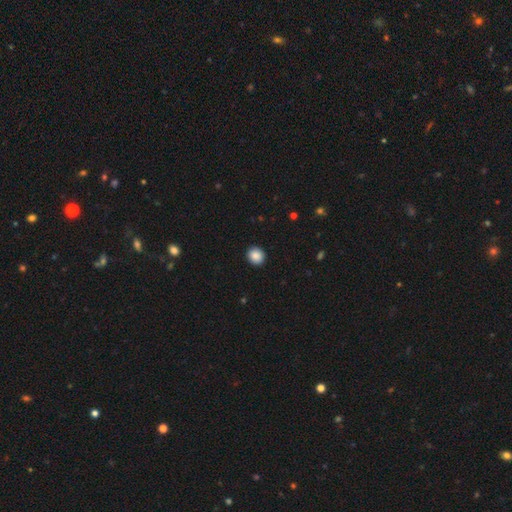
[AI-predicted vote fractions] smooth 88%, star or artifact 9%, featured or disk 3%. Down the decision tree: how rounded — round (82%); merging — none (92%).